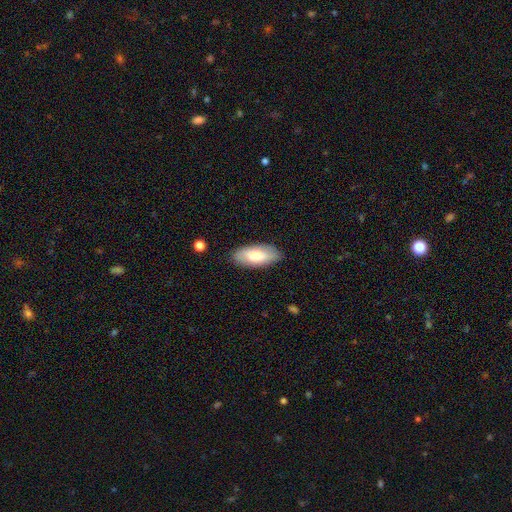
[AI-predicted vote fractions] A smooth galaxy with no disk features (73%) that is in between round and cigar-shaped (89%).

Vote fractions:
- Smooth or featured? smooth: 73% / featured or disk: 22% / star or artifact: 6%
- How rounded? in between: 89% / cigar-shaped: 9% / round: 2%
- Merging? none: 85% / minor disturbance: 11% / major disturbance: 2% / merger: 1%